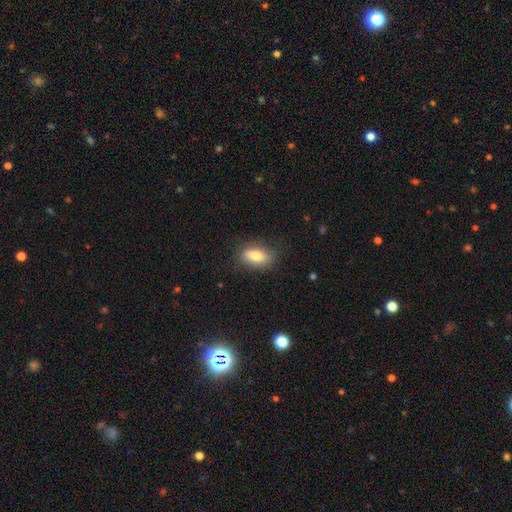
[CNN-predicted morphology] A smooth galaxy with no disk features (78%) that is in between round and cigar-shaped (82%). Merging: none (81%).